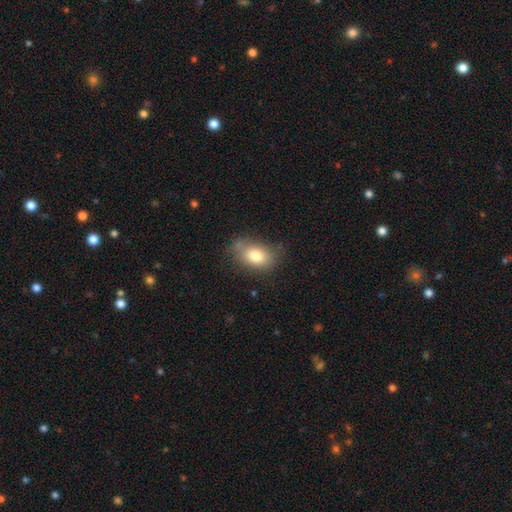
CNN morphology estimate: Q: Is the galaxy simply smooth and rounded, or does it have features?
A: smooth — 78%.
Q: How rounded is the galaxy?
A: in between — 84%.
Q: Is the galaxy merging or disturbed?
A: none — 65%.